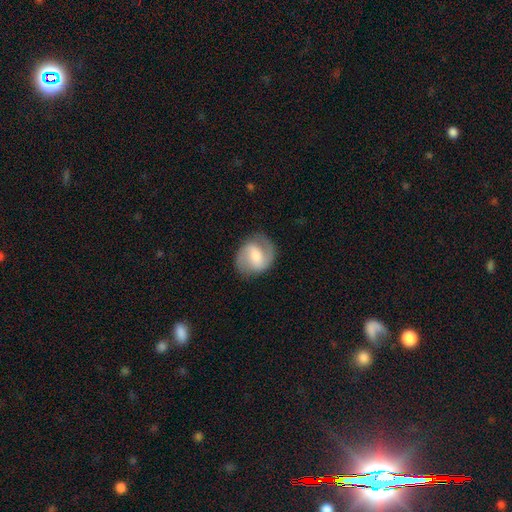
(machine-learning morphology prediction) Smooth or featured: featured or disk — 69% (smooth — 25%)
Edge-on disk: no — 97% (yes — 3%)
Bar: weak — 48% (strong — 32%)
Spiral arms: yes — 90% (no — 10%)
Spiral winding: medium — 50% (tight — 26%)
Spiral arm count: 2 — 87% (can't tell — 6%)
Bulge size: moderate — 50% (small — 31%)
Merging: none — 79% (minor disturbance — 14%)